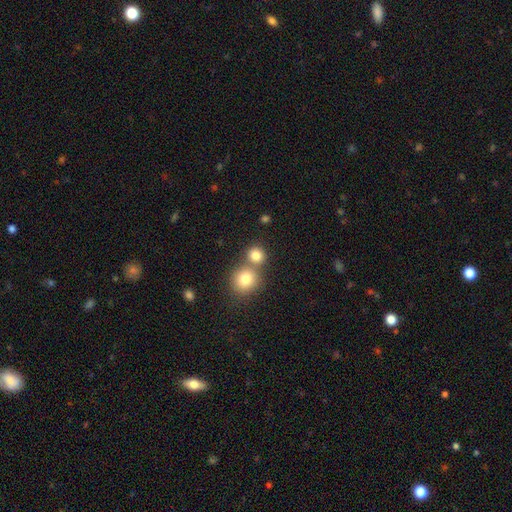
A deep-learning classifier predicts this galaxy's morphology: This is clearly a smooth galaxy (81%). How rounded: clearly round (85%). Merging: possibly none (53%).